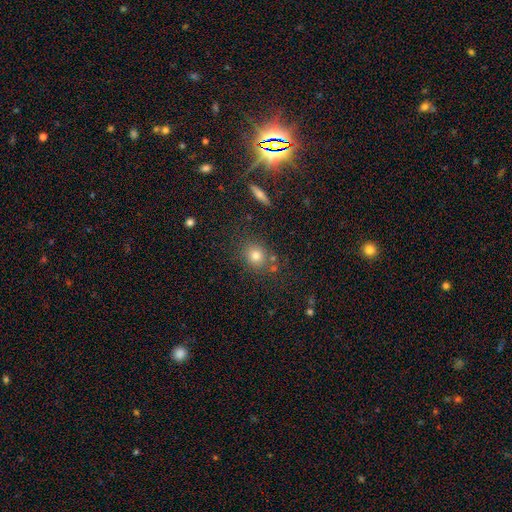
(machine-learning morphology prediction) smooth_or_featured: smooth (p=0.76) [alt: star or artifact p=0.14]
how_rounded: round (p=0.71) [alt: in between p=0.27]
merging: none (p=0.77) [alt: minor disturbance p=0.11]